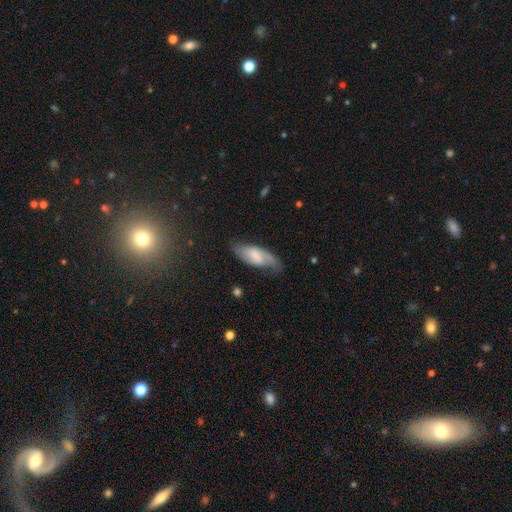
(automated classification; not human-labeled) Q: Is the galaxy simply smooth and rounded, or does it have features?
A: featured or disk — 54%.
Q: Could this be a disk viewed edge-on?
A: no — 88%.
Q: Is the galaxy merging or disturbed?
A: none — 57%.